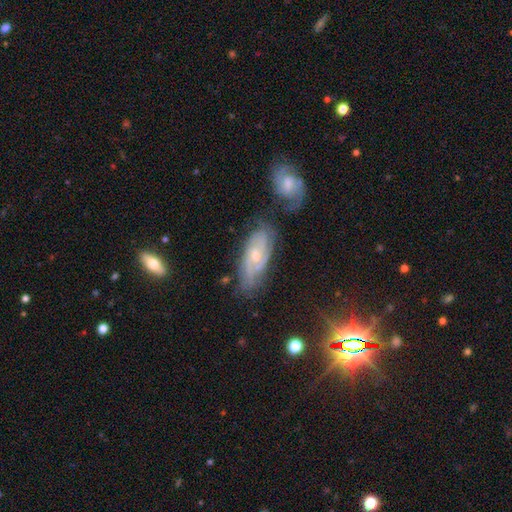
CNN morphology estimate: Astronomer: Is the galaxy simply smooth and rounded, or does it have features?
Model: featured or disk — 75%.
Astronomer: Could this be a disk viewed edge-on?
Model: no — 90%.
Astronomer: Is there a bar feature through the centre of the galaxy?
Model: no — 66%.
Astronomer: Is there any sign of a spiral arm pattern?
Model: yes — 90%.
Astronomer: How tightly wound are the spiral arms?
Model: tight — 56% (runner-up: medium, 35%).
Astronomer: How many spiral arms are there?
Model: can't tell — 40% (runner-up: 2, 32%).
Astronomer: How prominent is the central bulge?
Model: small — 55% (runner-up: moderate, 39%).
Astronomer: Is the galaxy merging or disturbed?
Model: none — 64%.